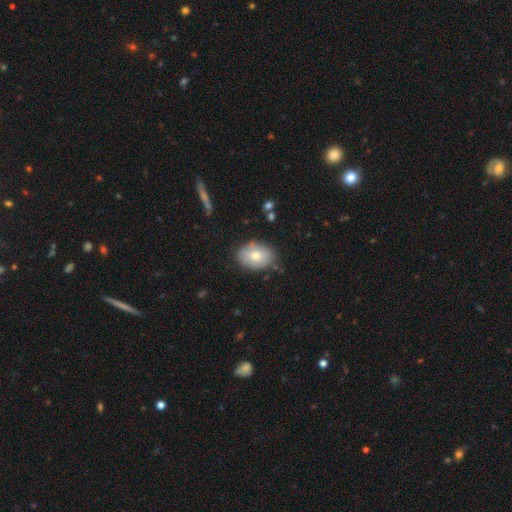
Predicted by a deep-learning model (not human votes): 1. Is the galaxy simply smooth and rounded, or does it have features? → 72% smooth, 20% featured or disk, 8% star or artifact.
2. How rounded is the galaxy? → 73% in between, 25% round, 1% cigar-shaped.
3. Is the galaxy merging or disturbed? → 81% none, 14% minor disturbance, 3% major disturbance, 2% merger.